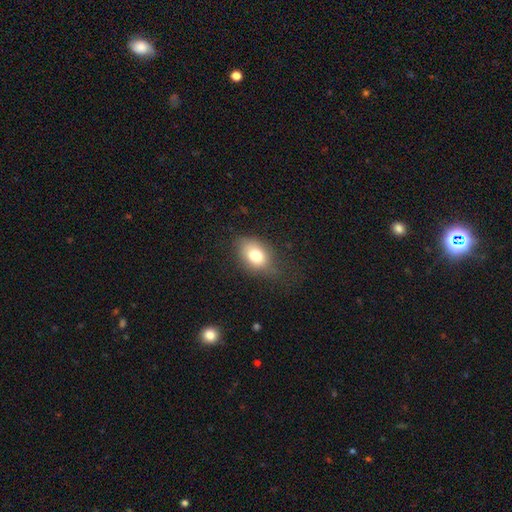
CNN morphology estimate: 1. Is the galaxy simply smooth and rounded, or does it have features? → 77% smooth, 13% featured or disk, 10% star or artifact.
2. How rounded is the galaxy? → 77% in between, 22% round, 2% cigar-shaped.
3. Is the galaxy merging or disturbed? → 64% none, 24% minor disturbance, 10% major disturbance, 1% merger.